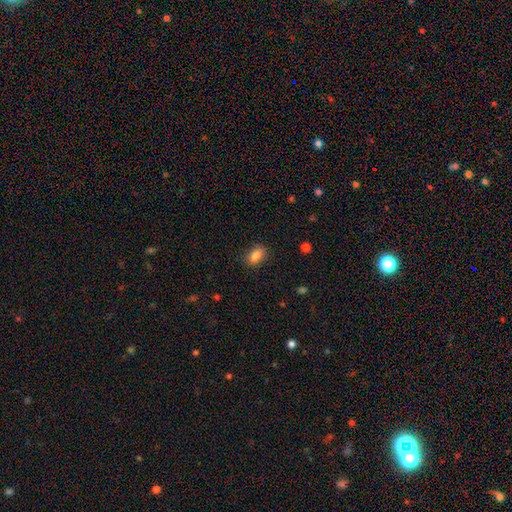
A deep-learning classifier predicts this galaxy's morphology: Smooth or featured? Predicted: smooth (p=0.85). How rounded? Predicted: in between (p=0.86). Merging? Predicted: none (p=0.86).